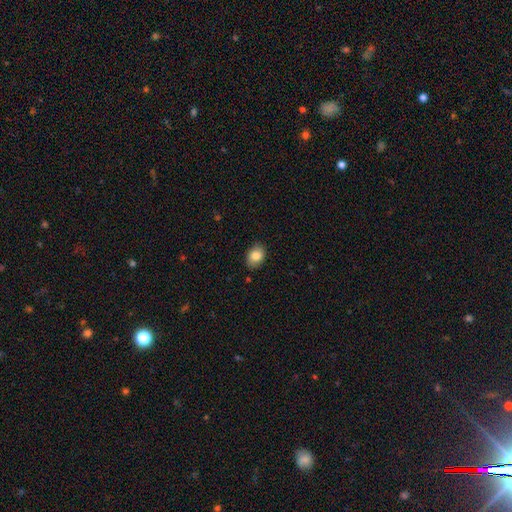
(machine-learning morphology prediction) smooth 84%, featured or disk 8%, star or artifact 7%. Down the decision tree: how rounded — in between (76%); merging — none (84%).